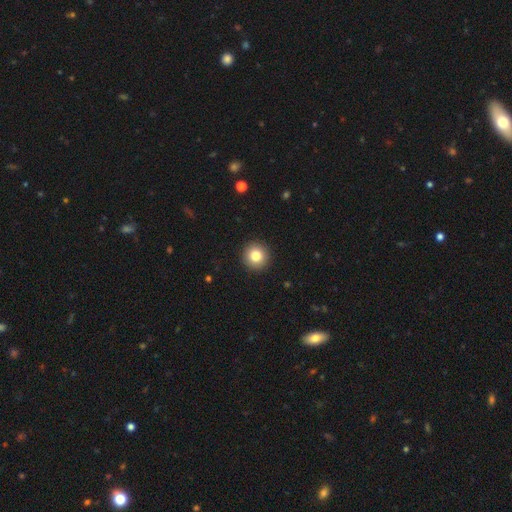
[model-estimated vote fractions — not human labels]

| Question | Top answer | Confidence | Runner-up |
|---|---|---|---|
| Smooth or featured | smooth | 81% | star or artifact (10%) |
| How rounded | round | 95% | in between (4%) |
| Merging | none | 93% | minor disturbance (5%) |